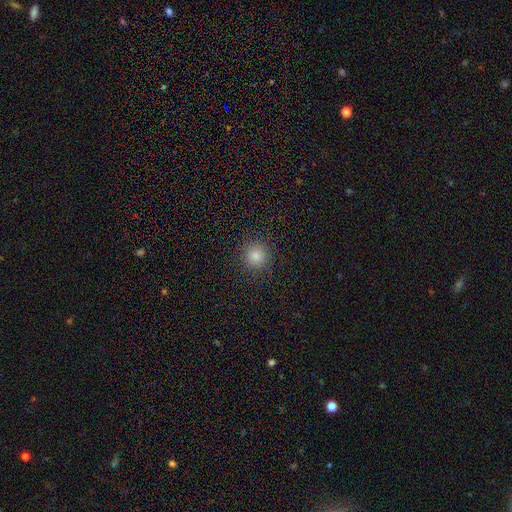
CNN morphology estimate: A smooth galaxy with no disk features (80%) that is round (95%). Merging: none (92%).